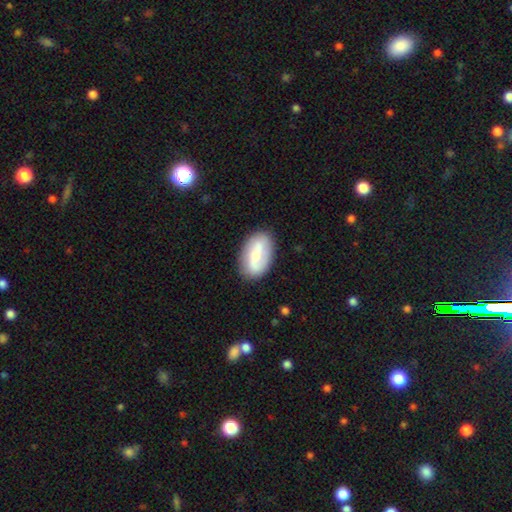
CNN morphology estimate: smooth-or-featured: featured or disk: 50% | smooth: 44% | star or artifact: 6%
  merging: none: 80% | minor disturbance: 14% | major disturbance: 4% | merger: 2%